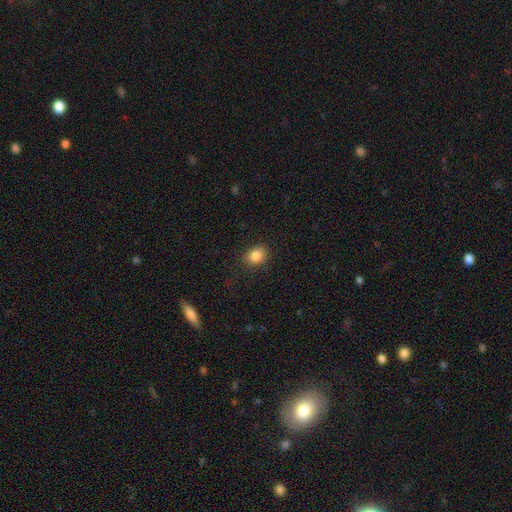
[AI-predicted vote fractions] smooth-or-featured: smooth: 85% | star or artifact: 10% | featured or disk: 5%
  how-rounded: round: 50% | in between: 49% | cigar-shaped: 1%
  merging: none: 83% | minor disturbance: 12% | major disturbance: 3% | merger: 1%